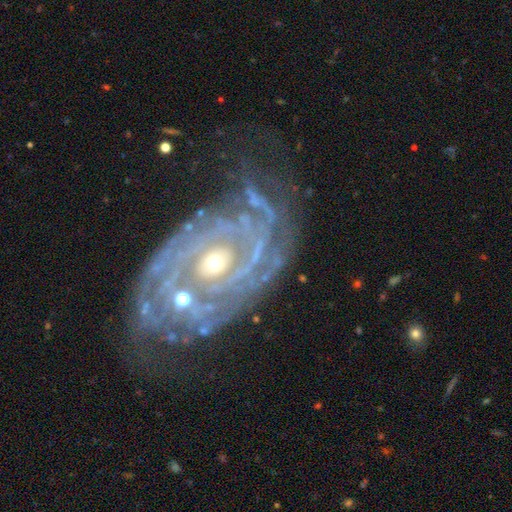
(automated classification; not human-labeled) A featured or disk galaxy (89%) with no bar (74%), tight (78%) spiral arms (96%) and a small central bulge (59%). Merging: none (59%).